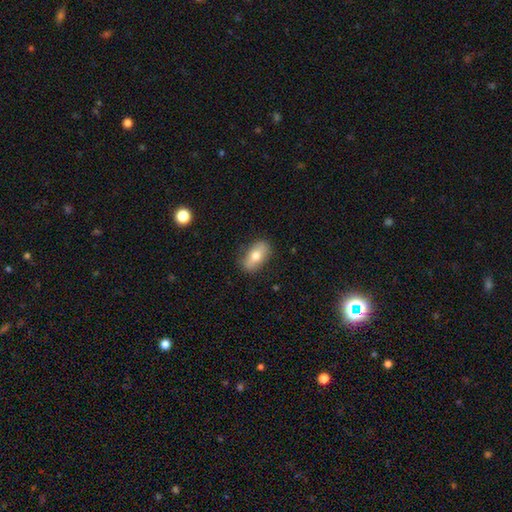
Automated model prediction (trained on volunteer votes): Smooth or featured: smooth — 71% (featured or disk — 23%)
How rounded: in between — 88% (cigar-shaped — 6%)
Merging: none — 82% (minor disturbance — 13%)